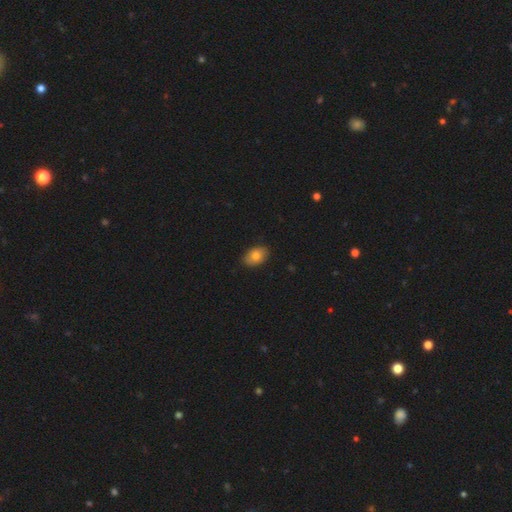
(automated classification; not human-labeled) Smooth or featured? smooth (81%)
How rounded? in between (86%)
Merging? none (85%)